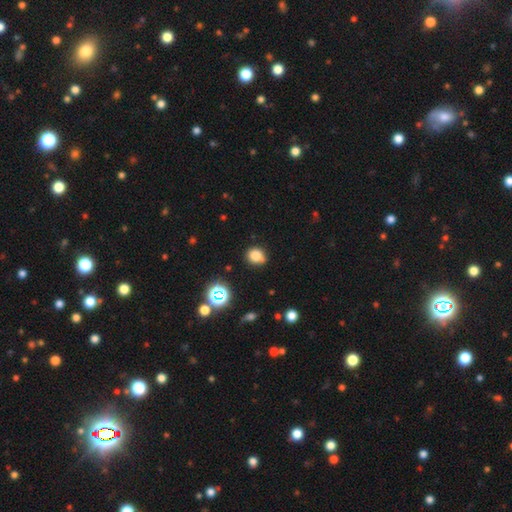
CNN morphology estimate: Overall: smooth (79%). How rounded: round (75%). Merging: none (73%).